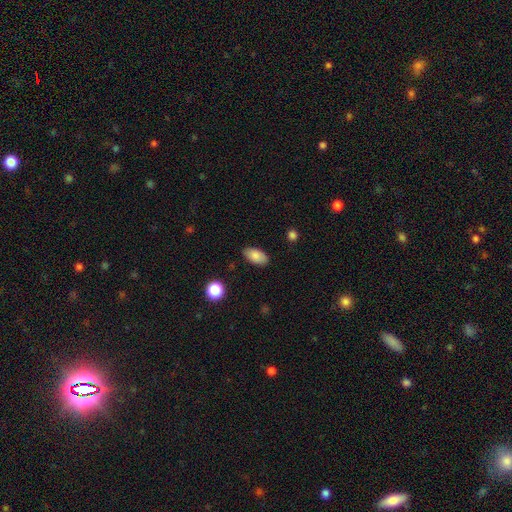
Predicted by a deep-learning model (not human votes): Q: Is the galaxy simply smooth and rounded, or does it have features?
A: smooth — 85%.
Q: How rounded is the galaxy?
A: in between — 93%.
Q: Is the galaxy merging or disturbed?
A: none — 84%.